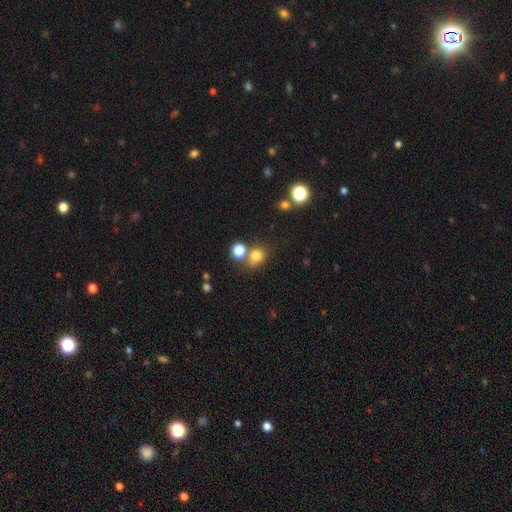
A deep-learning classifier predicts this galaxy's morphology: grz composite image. It shows a smooth galaxy with no disk features (78%) that is round (66%). Merging: none (61%).